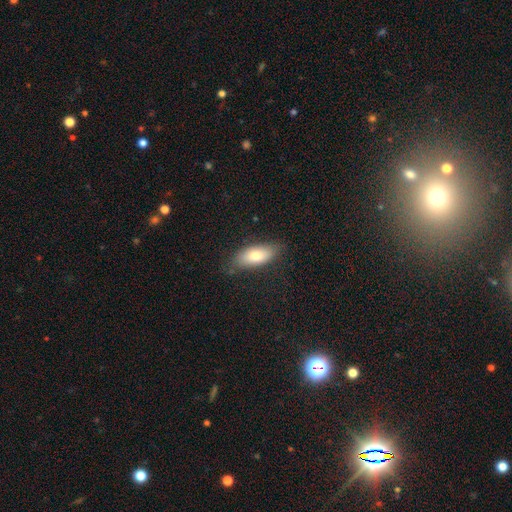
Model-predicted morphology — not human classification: The model was most divided on "merging": none: 76%, minor disturbance: 19%, major disturbance: 4%, merger: 1%. More confident: how rounded — in between (82%); smooth or featured — smooth (76%).